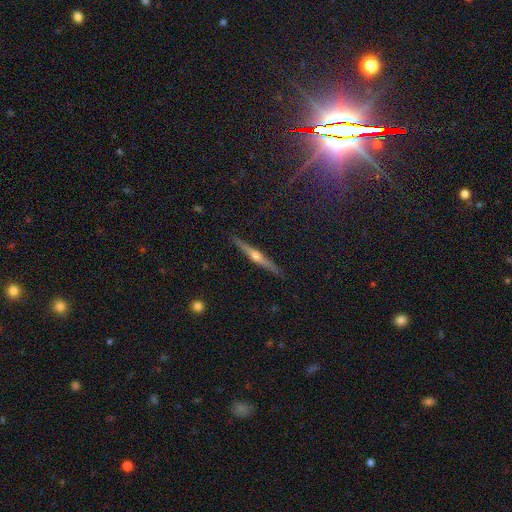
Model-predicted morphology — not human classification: featured or disk 72%, smooth 21%, star or artifact 7%. Down the decision tree: edge-on disk — yes (97%); edge-on bulge — rounded (88%); merging — none (90%).